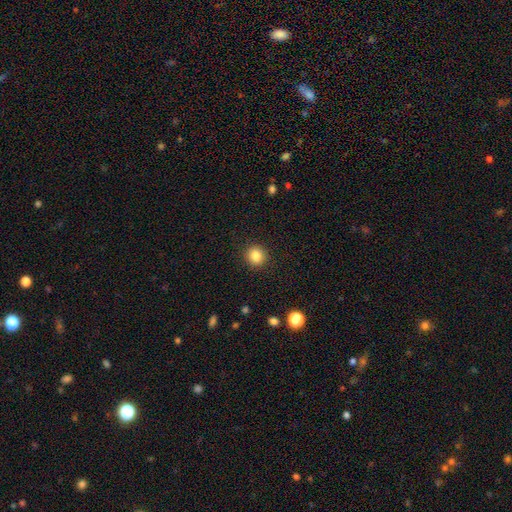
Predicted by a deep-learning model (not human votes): Smooth or featured? smooth (84%)
How rounded? round (92%)
Merging? none (91%)